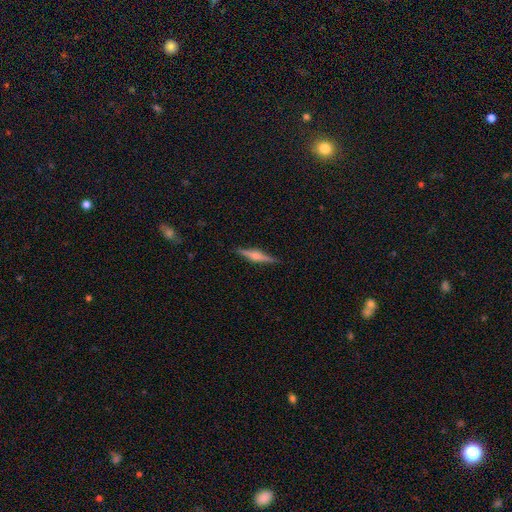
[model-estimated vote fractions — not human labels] The model was most divided on "smooth or featured": featured or disk: 68%, smooth: 25%, star or artifact: 6%. More confident: edge-on disk — yes (98%); merging — none (90%); edge-on bulge — rounded (78%).